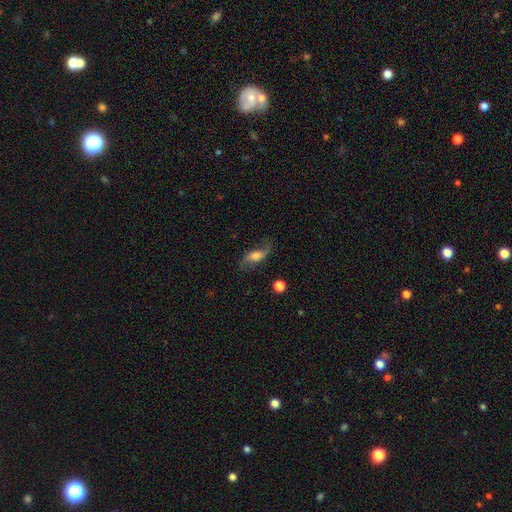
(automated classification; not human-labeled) smooth-or-featured: featured or disk: 64% | smooth: 27% | star or artifact: 8%
  disk-edge-on: no: 84% | yes: 16%
    bar: no: 51% | weak: 34% | strong: 15%
    has-spiral-arms: yes: 91% | no: 9%
    bulge-size: moderate: 42% | large: 24% | small: 20% | none: 9% | dominant: 5%
  merging: none: 72% | minor disturbance: 17% | major disturbance: 9% | merger: 2%